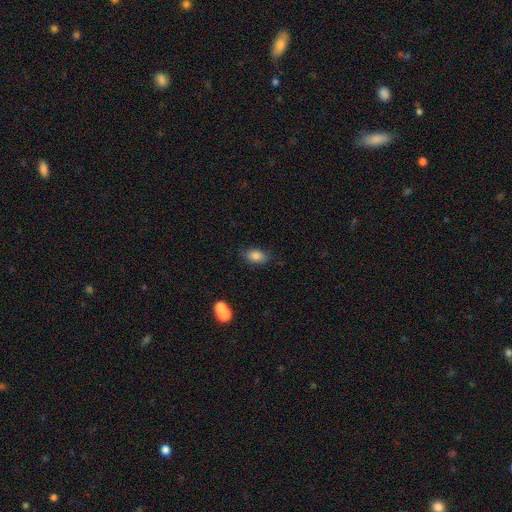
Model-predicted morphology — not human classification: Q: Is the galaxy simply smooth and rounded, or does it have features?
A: smooth — 84%.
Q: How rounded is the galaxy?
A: in between — 86%.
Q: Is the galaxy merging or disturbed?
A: none — 80%.